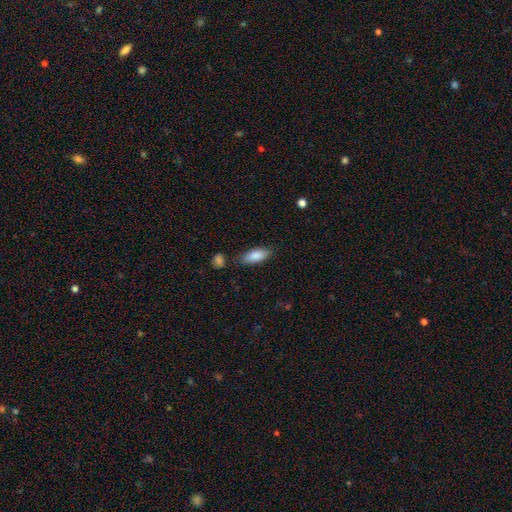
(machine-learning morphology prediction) Smooth or featured?
  - smooth: 86% *
  - featured or disk: 8%
  - star or artifact: 6%
How rounded?
  - in between: 82% *
  - cigar-shaped: 16%
  - round: 2%
Merging?
  - none: 78% *
  - minor disturbance: 14%
  - merger: 5%
  - major disturbance: 3%